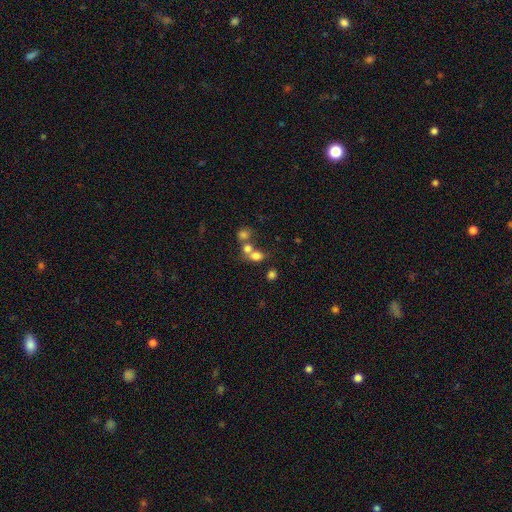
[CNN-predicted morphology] smooth-or-featured: smooth: 72% | star or artifact: 14% | featured or disk: 14%
  how-rounded: in between: 49% (tied) | round: 49% (tied) | cigar-shaped: 2%
  merging: merger: 50% | none: 35% | minor disturbance: 9% | major disturbance: 6%